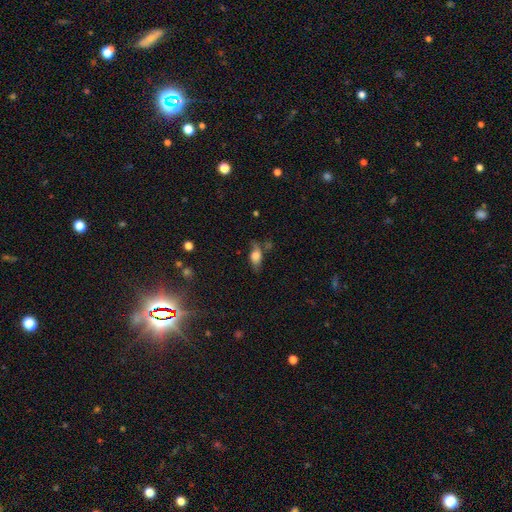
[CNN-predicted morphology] This is likely a smooth galaxy (65%). How rounded: clearly in between (81%). Merging: possibly none (48%).